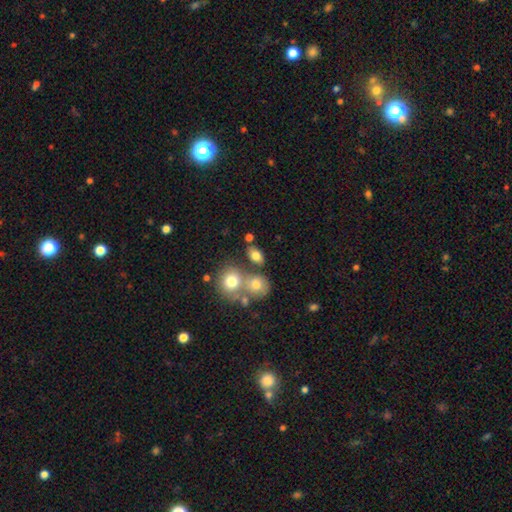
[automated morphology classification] smooth_or_featured: smooth (p=0.75) [alt: featured or disk p=0.14]
how_rounded: in between (p=0.77) [alt: round p=0.20]
merging: none (p=0.62) [alt: merger p=0.21]